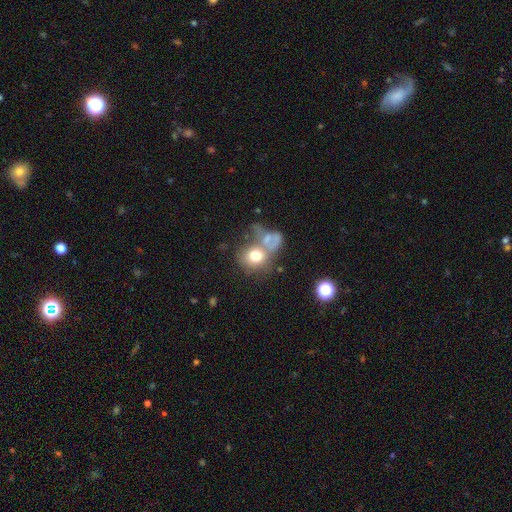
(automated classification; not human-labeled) Smooth or featured?
  - smooth: 68% *
  - featured or disk: 21%
  - star or artifact: 11%
How rounded?
  - round: 63% *
  - in between: 36%
  - cigar-shaped: 1%
Merging?
  - merger: 44% *
  - none: 29%
  - major disturbance: 15%
  - minor disturbance: 12%